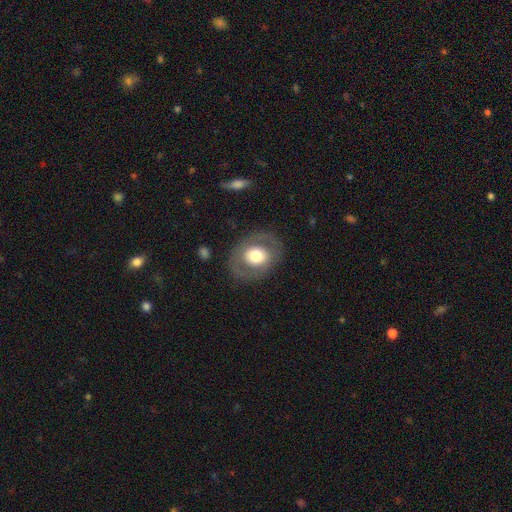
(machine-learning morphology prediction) A smooth galaxy with no disk features (54%) that is in between round and cigar-shaped (52%). Merging: none (80%).